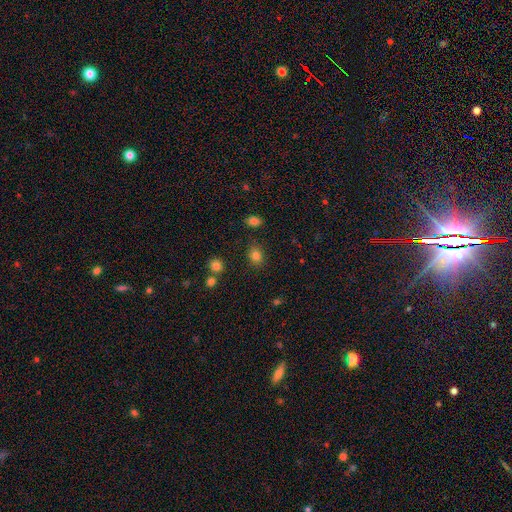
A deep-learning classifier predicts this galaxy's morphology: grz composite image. It shows a smooth galaxy with no disk features (82%) that is round (52%). Merging: none (83%).